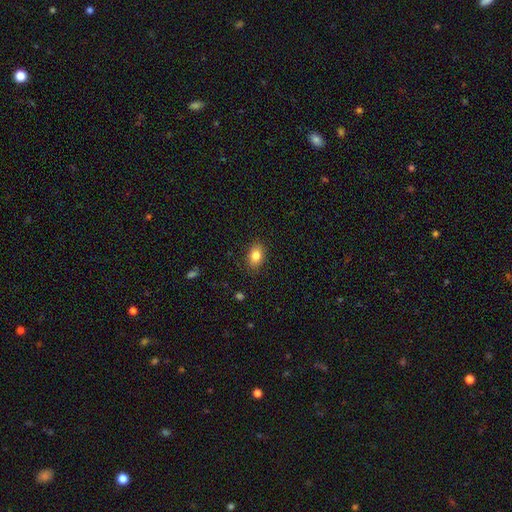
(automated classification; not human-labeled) The model was most divided on "how rounded": in between: 81%, round: 18%, cigar-shaped: 1%. More confident: merging — none (87%); smooth or featured — smooth (83%).